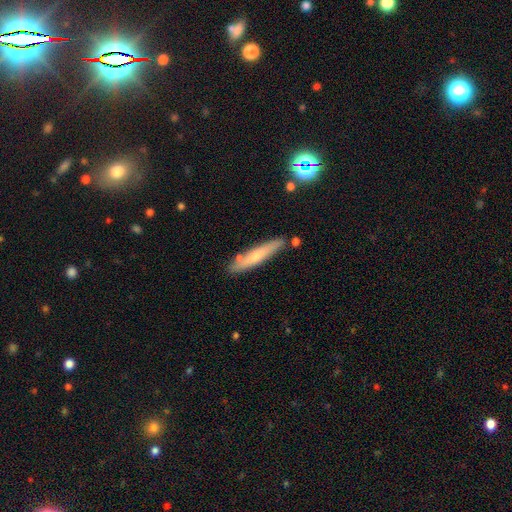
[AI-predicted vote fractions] Q: Smooth or featured?
A: smooth (61%); runner-up: featured or disk (32%)
Q: How rounded?
A: cigar-shaped (88%); runner-up: in between (10%)
Q: Merging?
A: none (80%); runner-up: minor disturbance (13%)